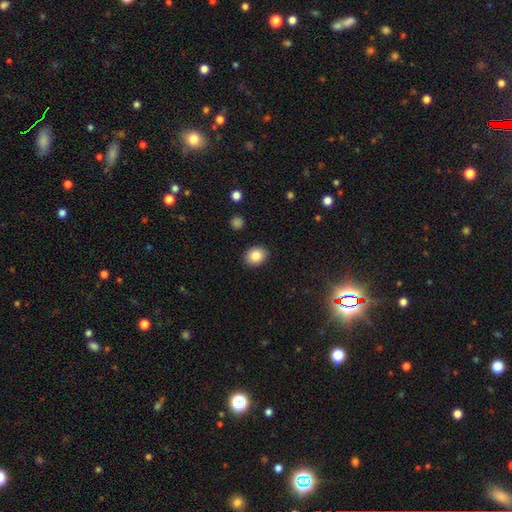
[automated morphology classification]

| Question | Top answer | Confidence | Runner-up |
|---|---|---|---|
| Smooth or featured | smooth | 85% | star or artifact (9%) |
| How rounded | round | 52% | in between (48%) |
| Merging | none | 89% | minor disturbance (8%) |